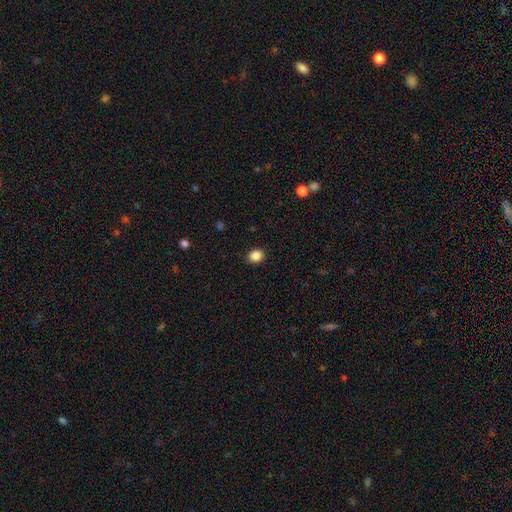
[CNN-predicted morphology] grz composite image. It shows a smooth galaxy with no disk features (86%) that is round (65%). Merging: none (91%).